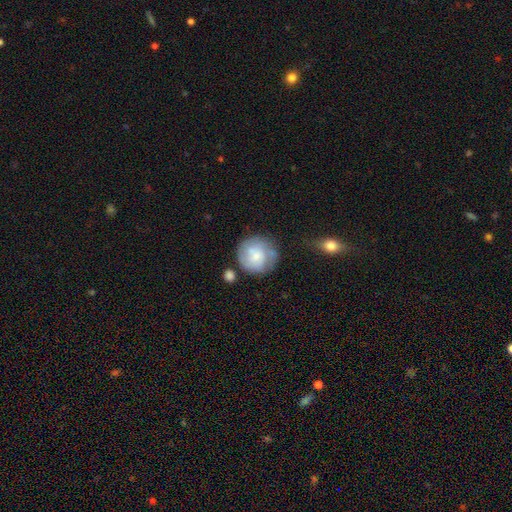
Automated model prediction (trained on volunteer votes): This appears to be a smooth galaxy with no disk features (57%) that is round (91%). Merging: none (62%).